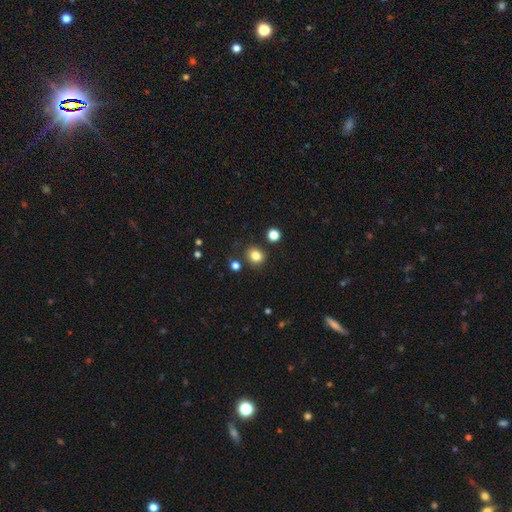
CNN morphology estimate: smooth-or-featured: smooth: 82% | star or artifact: 13% | featured or disk: 6%
  how-rounded: round: 78% | in between: 21% | cigar-shaped: 1%
  merging: none: 84% | minor disturbance: 9% | merger: 5% | major disturbance: 3%